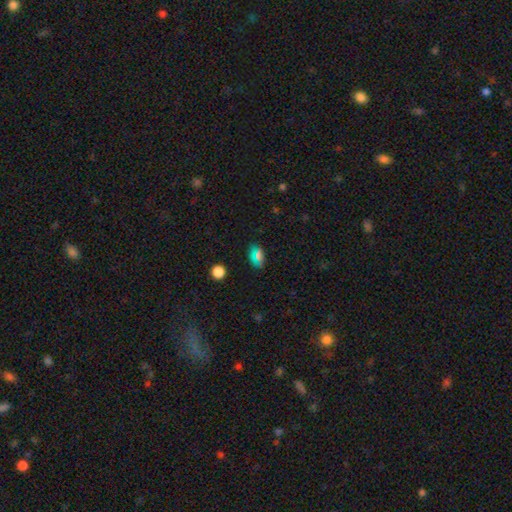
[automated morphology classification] This is likely a smooth galaxy (65%). How rounded: likely in between (78%). Merging: clearly none (84%).